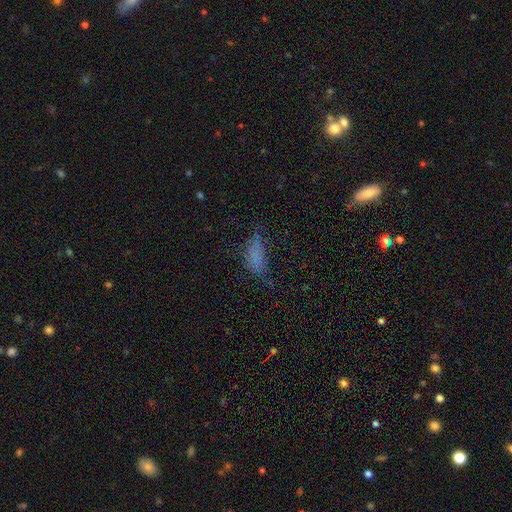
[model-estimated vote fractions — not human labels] Smooth or featured: smooth — 66% (star or artifact — 18%)
How rounded: in between — 79% (cigar-shaped — 17%)
Merging: none — 42% (minor disturbance — 30%)